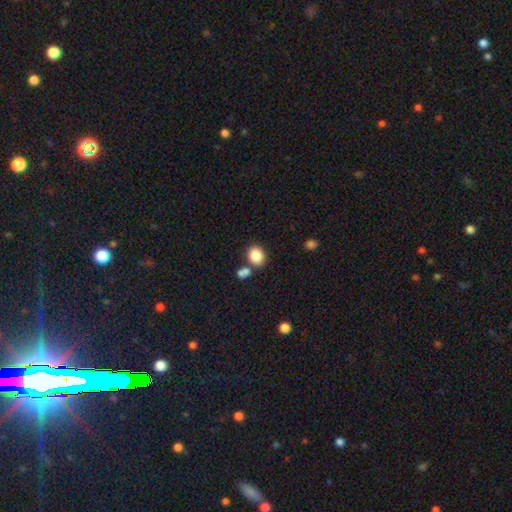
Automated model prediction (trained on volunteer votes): Smooth or featured?
  - smooth: 85% *
  - star or artifact: 9%
  - featured or disk: 6%
How rounded?
  - round: 51% *
  - in between: 48%
  - cigar-shaped: 1%
Merging?
  - none: 65% *
  - merger: 19%
  - minor disturbance: 12%
  - major disturbance: 4%